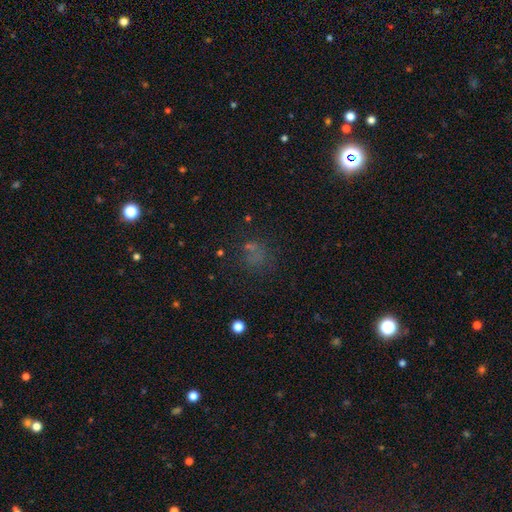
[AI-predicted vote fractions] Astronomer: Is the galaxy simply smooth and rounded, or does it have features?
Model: smooth — 46% (runner-up: star or artifact, 39%).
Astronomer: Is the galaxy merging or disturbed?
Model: none — 63%.